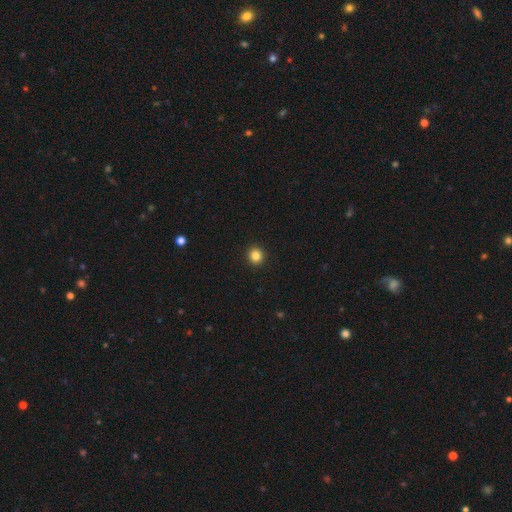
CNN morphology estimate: Smooth or featured? smooth (84%)
How rounded? round (92%)
Merging? none (93%)